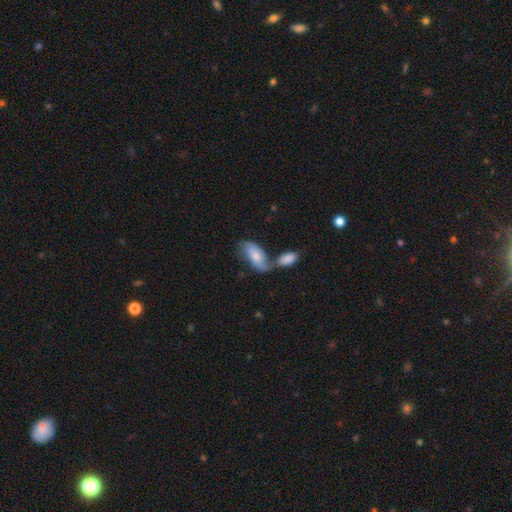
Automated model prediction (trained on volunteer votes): Smooth or featured: smooth — 61% (featured or disk — 33%)
How rounded: in between — 89% (cigar-shaped — 8%)
Merging: merger — 56% (none — 25%)